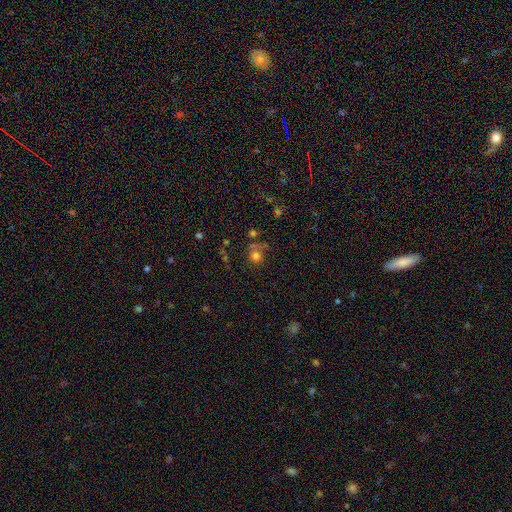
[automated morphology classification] Smooth or featured? smooth (72%)
How rounded? round (84%)
Merging? none (56%)